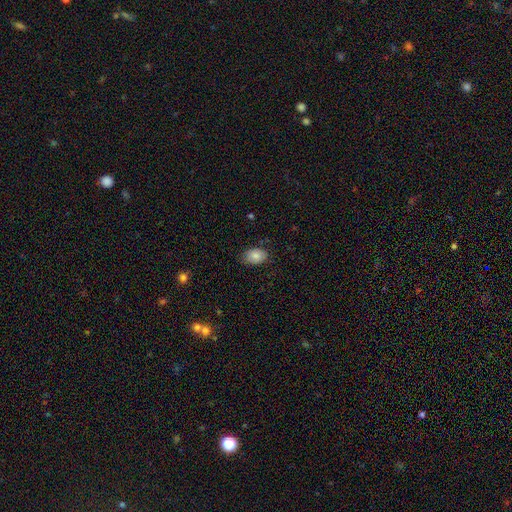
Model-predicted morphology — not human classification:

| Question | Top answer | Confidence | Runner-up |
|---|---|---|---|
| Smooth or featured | smooth | 84% | featured or disk (8%) |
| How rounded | in between | 80% | round (19%) |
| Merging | none | 78% | minor disturbance (18%) |